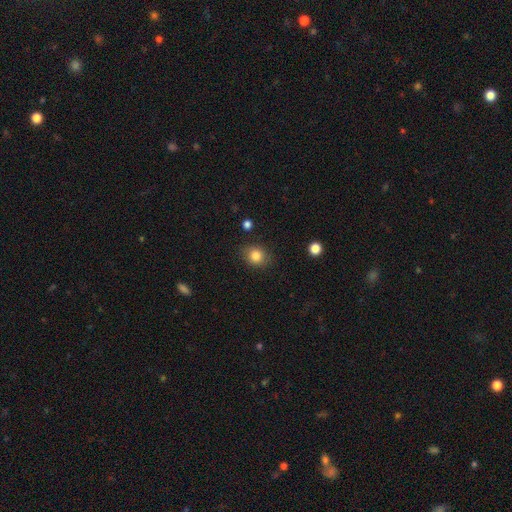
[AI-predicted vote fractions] This appears to be a smooth galaxy with no disk features (83%) that is round (67%). Merging: none (84%).